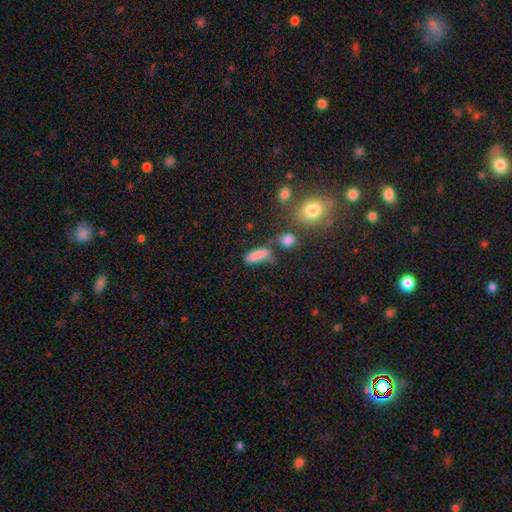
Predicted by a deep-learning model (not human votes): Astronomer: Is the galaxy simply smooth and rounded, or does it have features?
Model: smooth — 81%.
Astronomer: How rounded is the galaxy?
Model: in between — 50% (runner-up: cigar-shaped, 45%).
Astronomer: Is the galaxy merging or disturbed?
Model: none — 54%.